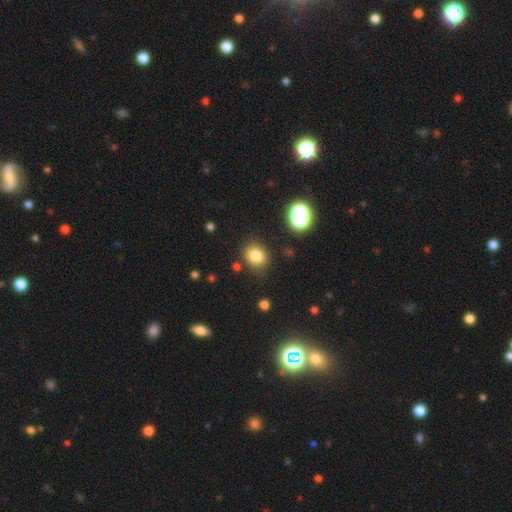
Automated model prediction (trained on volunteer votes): This is clearly a smooth galaxy (80%). How rounded: possibly round (58%). Merging: likely none (78%).